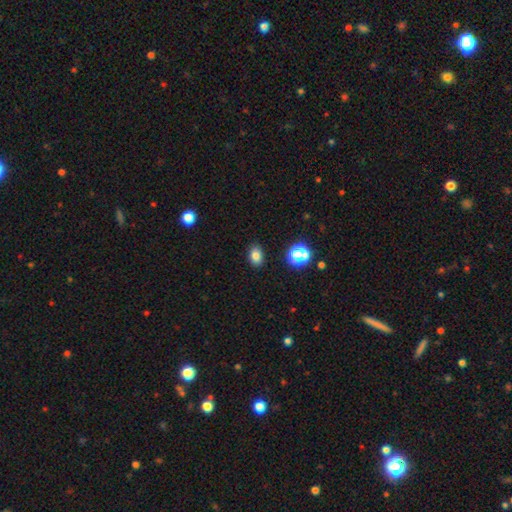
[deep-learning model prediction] Overall: smooth (80%). How rounded: in between (76%). Merging: none (87%).